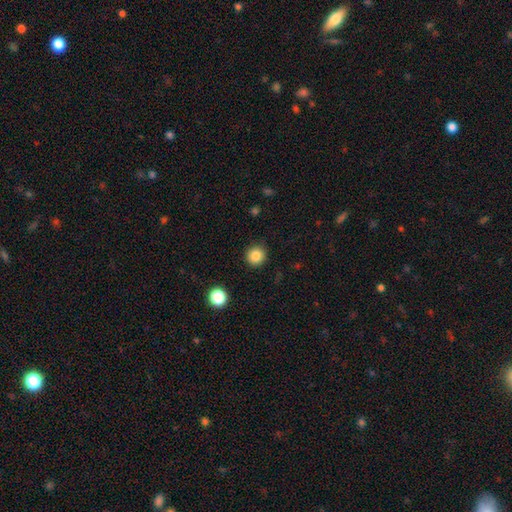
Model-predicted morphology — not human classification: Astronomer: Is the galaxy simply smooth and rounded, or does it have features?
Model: smooth — 85%.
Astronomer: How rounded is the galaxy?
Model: round — 94%.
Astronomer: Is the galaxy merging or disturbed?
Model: none — 92%.